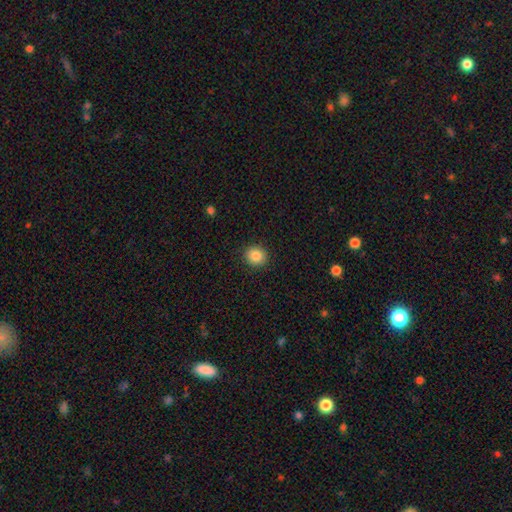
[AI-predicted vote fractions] Smooth or featured: smooth — 86% (star or artifact — 9%)
How rounded: round — 85% (in between — 15%)
Merging: none — 91% (minor disturbance — 6%)